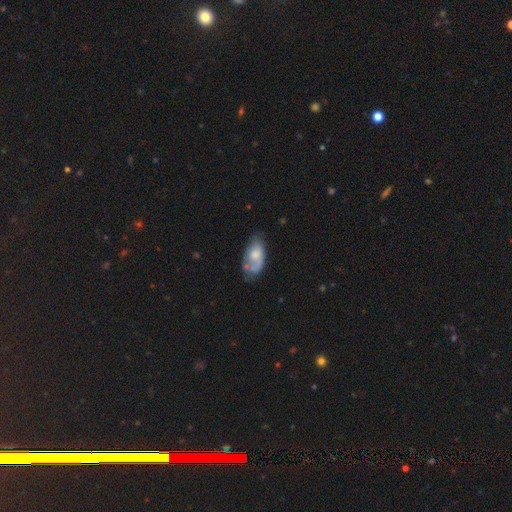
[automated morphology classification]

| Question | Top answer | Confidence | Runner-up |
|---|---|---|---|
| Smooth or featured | smooth | 58% | featured or disk (35%) |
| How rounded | in between | 92% | round (5%) |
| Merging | none | 43% | minor disturbance (31%) |